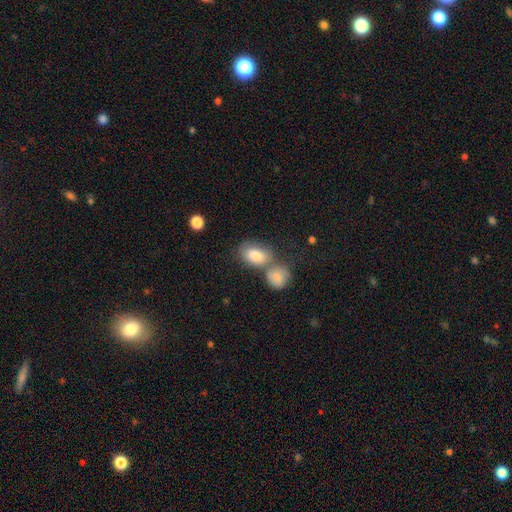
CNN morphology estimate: Smooth or featured? Predicted: smooth (p=0.81). How rounded? Predicted: in between (p=0.83). Merging? Predicted: merger (p=0.41).